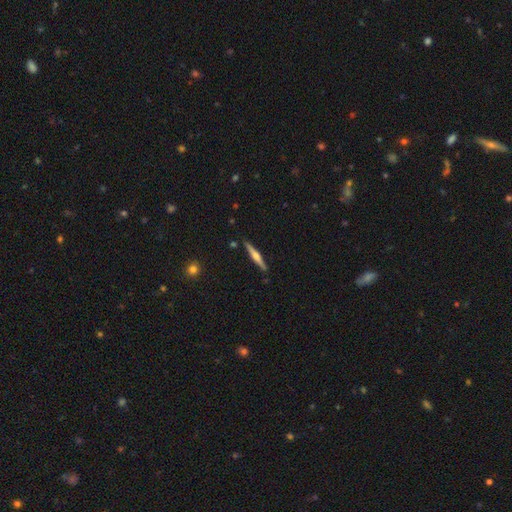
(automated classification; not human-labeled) This is likely a featured or disk galaxy (68%). It is clearly viewed edge-on (98%). Edge-on bulge: clearly rounded (82%). Merging: clearly none (90%).